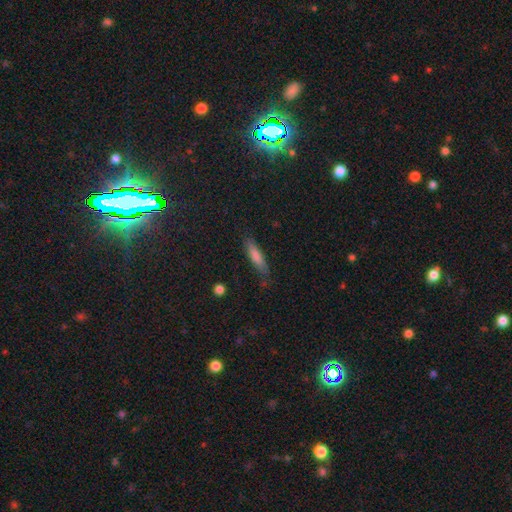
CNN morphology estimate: smooth_or_featured: smooth (p=0.71) [alt: featured or disk p=0.20]
how_rounded: cigar-shaped (p=0.77) [alt: in between p=0.21]
merging: none (p=0.77) [alt: minor disturbance p=0.17]